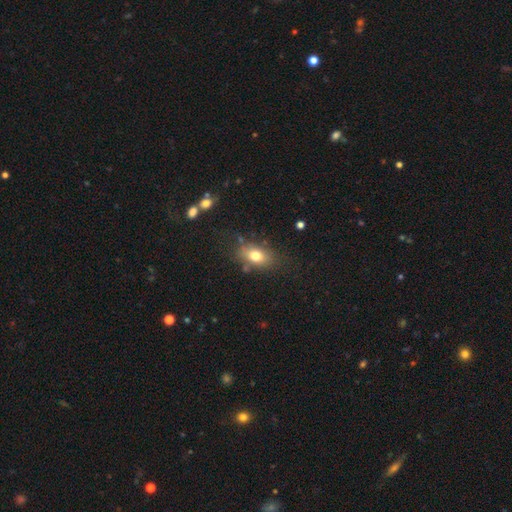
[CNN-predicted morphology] smooth_or_featured: smooth (p=0.75) [alt: featured or disk p=0.15]
how_rounded: in between (p=0.80) [alt: round p=0.17]
merging: none (p=0.74) [alt: minor disturbance p=0.16]